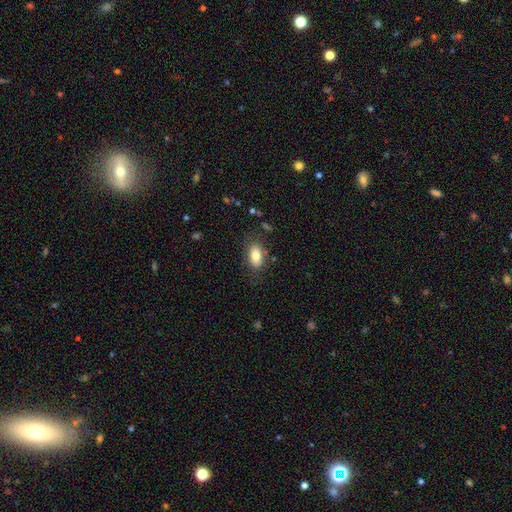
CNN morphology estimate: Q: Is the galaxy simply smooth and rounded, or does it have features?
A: smooth — 81%.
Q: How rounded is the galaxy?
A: in between — 92%.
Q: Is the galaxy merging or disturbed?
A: none — 77%.